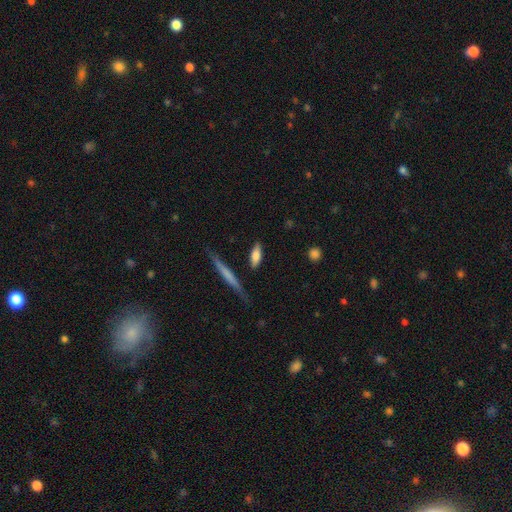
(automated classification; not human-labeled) smooth_or_featured: smooth (p=0.75) [alt: featured or disk p=0.19]
how_rounded: in between (p=0.64) [alt: cigar-shaped p=0.33]
merging: none (p=0.79) [alt: minor disturbance p=0.13]